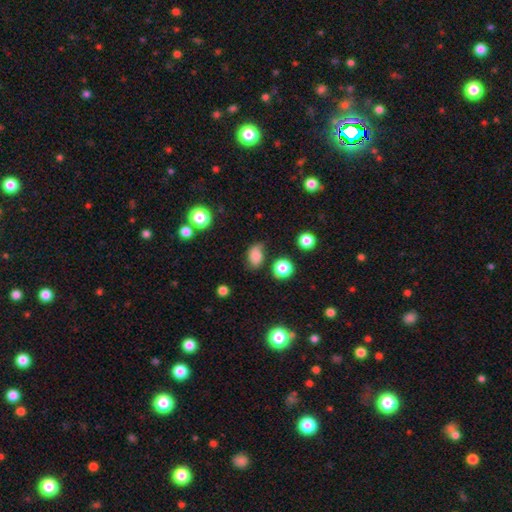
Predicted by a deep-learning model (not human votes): Overall: smooth (75%). How rounded: in between (80%). Merging: none (53%; minor disturbance 33%).